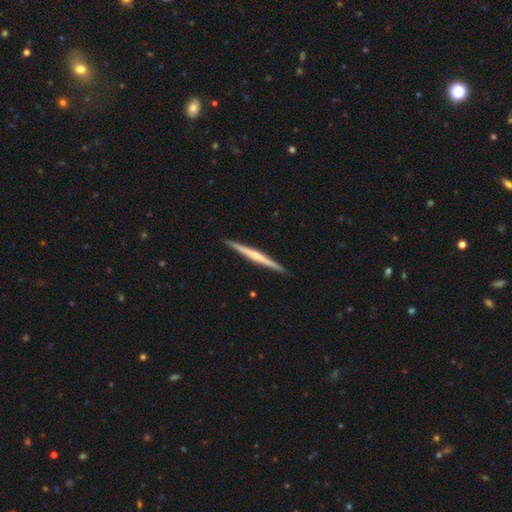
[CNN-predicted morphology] smooth_or_featured: featured or disk (p=0.66) [alt: smooth p=0.29]
disk_edge_on: yes (p=0.98) [alt: no p=0.02]
edge_on_bulge: none (p=0.48) [alt: rounded p=0.43]
merging: none (p=0.93) [alt: minor disturbance p=0.05]